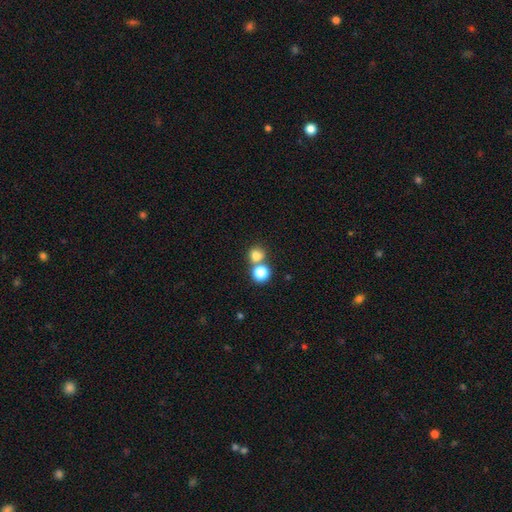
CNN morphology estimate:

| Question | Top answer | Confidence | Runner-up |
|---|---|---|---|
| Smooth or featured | smooth | 78% | star or artifact (14%) |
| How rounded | round | 82% | in between (17%) |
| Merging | none | 48% | merger (43%) |